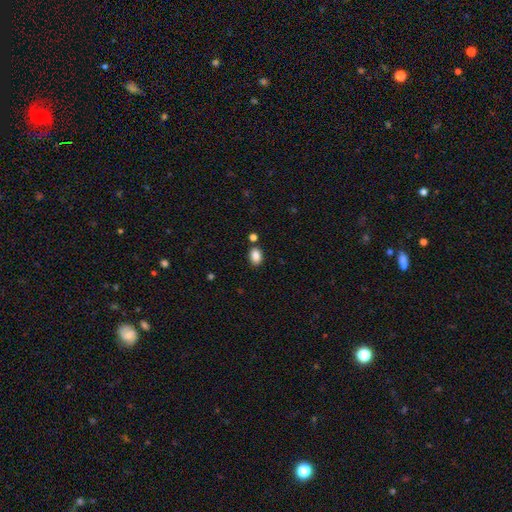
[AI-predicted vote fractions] smooth_or_featured: smooth (p=0.87) [alt: star or artifact p=0.09]
how_rounded: in between (p=0.80) [alt: round p=0.19]
merging: none (p=0.80) [alt: minor disturbance p=0.11]